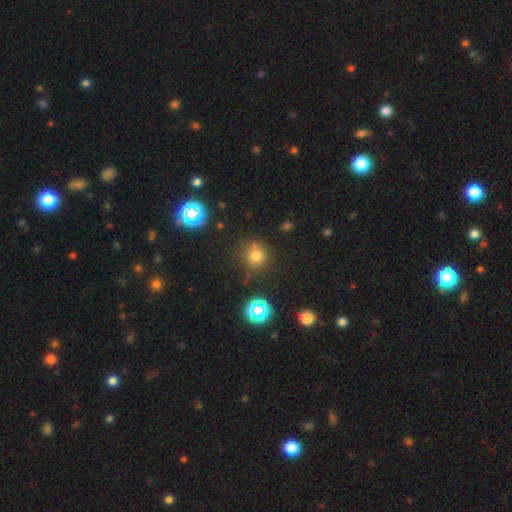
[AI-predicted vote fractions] Smooth or featured: smooth — 70% (star or artifact — 23%)
How rounded: round — 92% (in between — 7%)
Merging: none — 77% (minor disturbance — 12%)